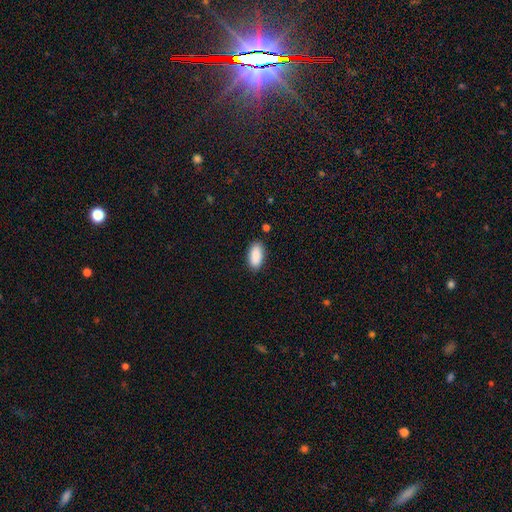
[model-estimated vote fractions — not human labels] This is clearly a smooth galaxy (90%). How rounded: clearly in between (93%). Merging: clearly none (86%).